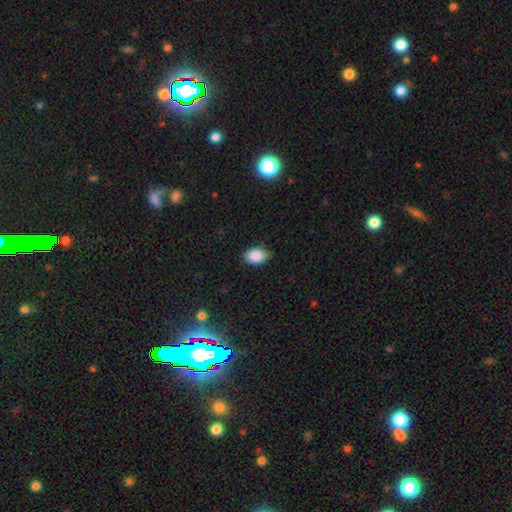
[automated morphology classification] Smooth or featured: smooth — 89% (star or artifact — 7%)
How rounded: in between — 85% (round — 14%)
Merging: none — 82% (minor disturbance — 15%)